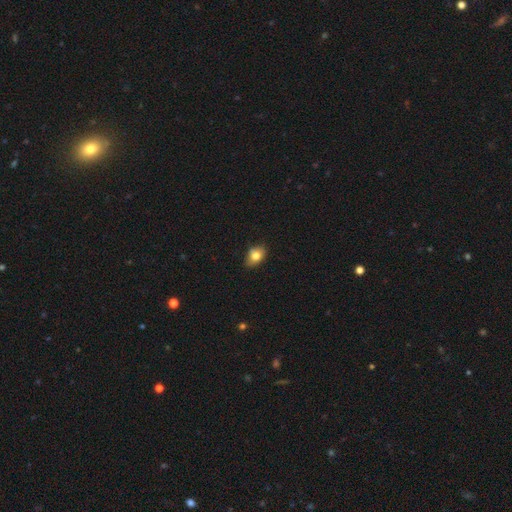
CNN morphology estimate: smooth-or-featured: smooth: 79% | featured or disk: 12% | star or artifact: 9%
  how-rounded: in between: 77% | round: 21% | cigar-shaped: 1%
  merging: none: 76% | minor disturbance: 19% | major disturbance: 3% | merger: 2%